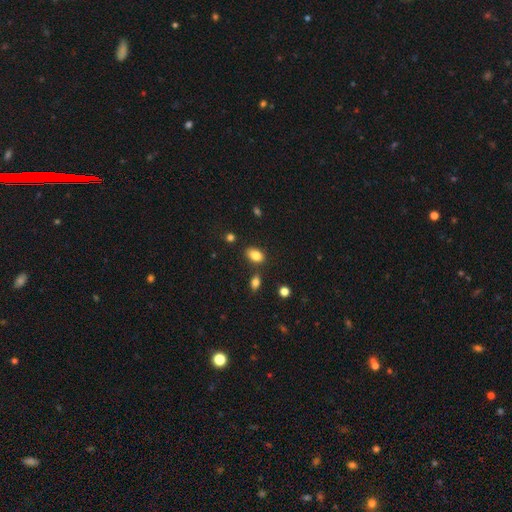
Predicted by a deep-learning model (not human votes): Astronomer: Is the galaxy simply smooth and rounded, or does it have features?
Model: smooth — 84%.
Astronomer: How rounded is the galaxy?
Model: in between — 88%.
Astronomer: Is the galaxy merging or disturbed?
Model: none — 77%.